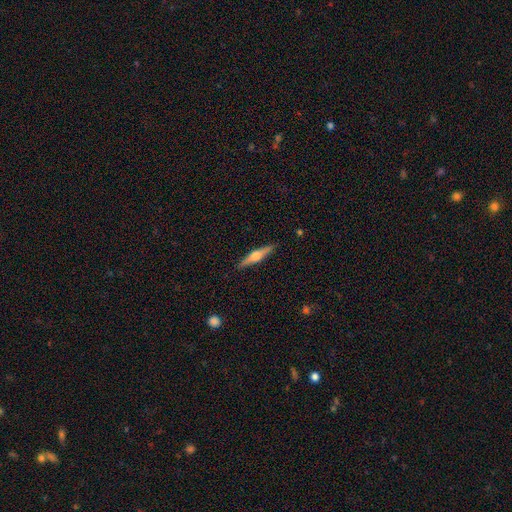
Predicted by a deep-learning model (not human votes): Smooth or featured: featured or disk — 64% (smooth — 30%)
Edge-on disk: yes — 97% (no — 3%)
Edge-on bulge: rounded — 91% (boxy — 6%)
Merging: none — 91% (minor disturbance — 7%)